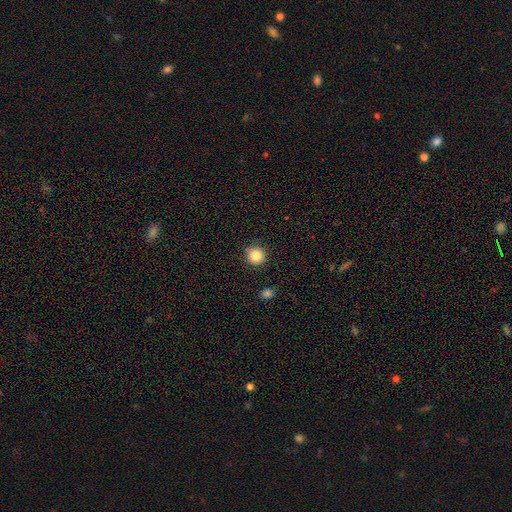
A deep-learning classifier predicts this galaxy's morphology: A smooth galaxy with no disk features (84%) that is round (93%).

Vote fractions:
- Smooth or featured? smooth: 84% / star or artifact: 10% / featured or disk: 5%
- How rounded? round: 93% / in between: 6% / cigar-shaped: 1%
- Merging? none: 88% / minor disturbance: 8% / major disturbance: 2% / merger: 2%